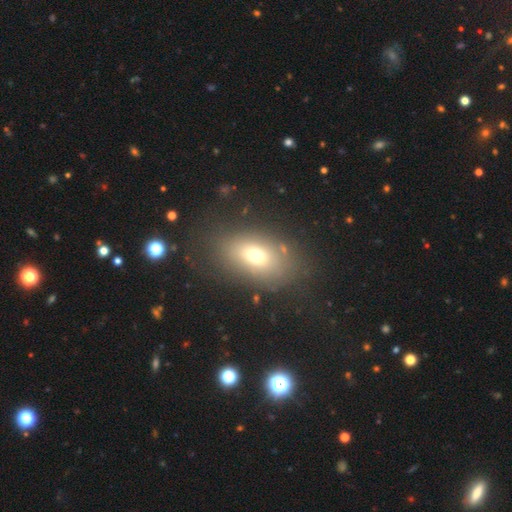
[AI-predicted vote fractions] A smooth galaxy with no disk features (67%) that is in between round and cigar-shaped (78%). Merging: none (74%).